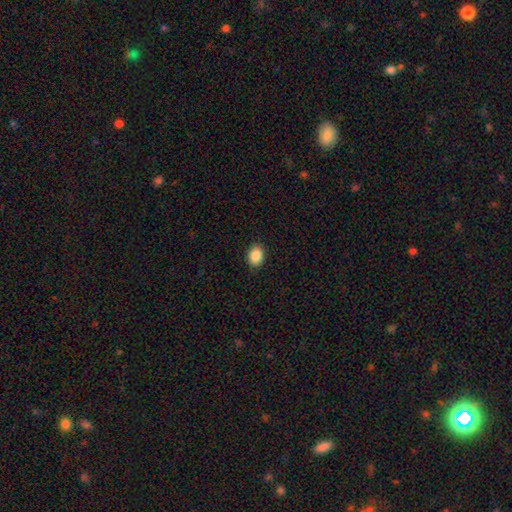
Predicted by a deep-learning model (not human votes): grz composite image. It shows a smooth galaxy with no disk features (88%) that is in between round and cigar-shaped (65%). Merging: none (89%).